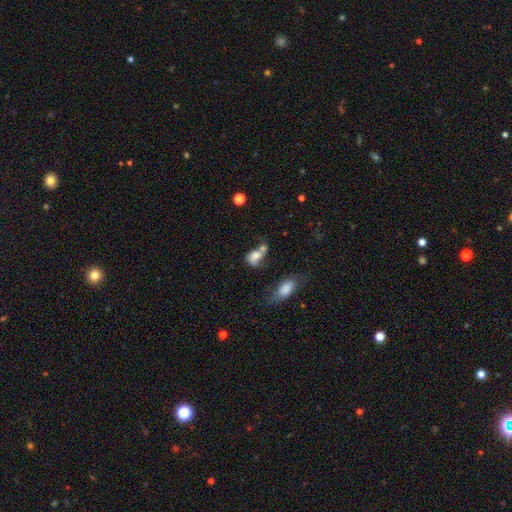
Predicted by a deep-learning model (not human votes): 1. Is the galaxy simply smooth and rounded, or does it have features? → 63% smooth, 25% featured or disk, 12% star or artifact.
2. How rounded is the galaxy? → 74% in between, 22% round, 4% cigar-shaped.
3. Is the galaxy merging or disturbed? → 48% merger, 22% none, 16% major disturbance, 14% minor disturbance.